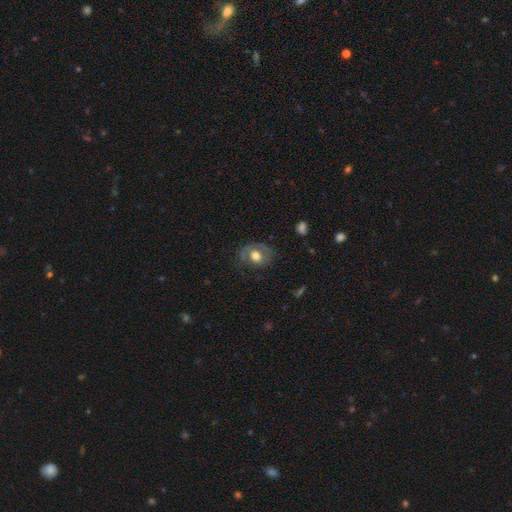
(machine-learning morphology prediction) This is possibly a featured or disk galaxy (46%, tied with smooth). Merging: likely none (62%).